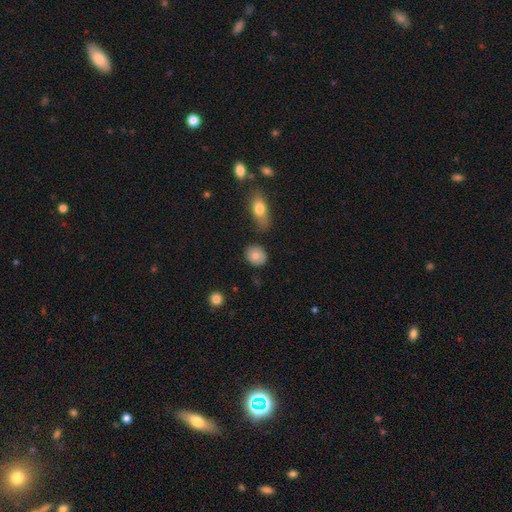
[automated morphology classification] Smooth or featured? Predicted: smooth (p=0.77). How rounded? Predicted: round (p=0.63). Merging? Predicted: none (p=0.82).